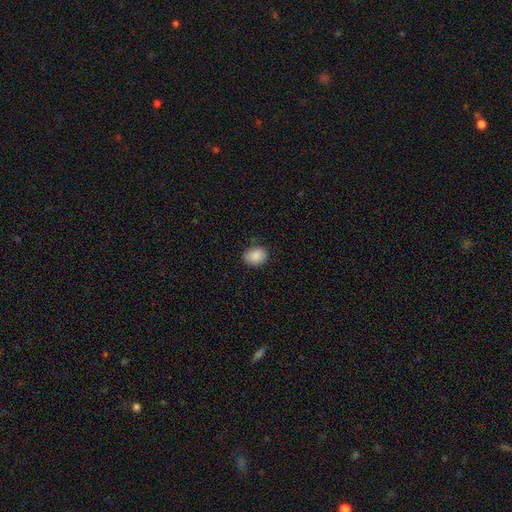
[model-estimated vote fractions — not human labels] A smooth galaxy with no disk features (88%) that is in between round and cigar-shaped (58%).

Vote fractions:
- Smooth or featured? smooth: 88% / star or artifact: 8% / featured or disk: 4%
- How rounded? in between: 58% / round: 42% / cigar-shaped: 1%
- Merging? none: 79% / minor disturbance: 17% / major disturbance: 3% / merger: 1%